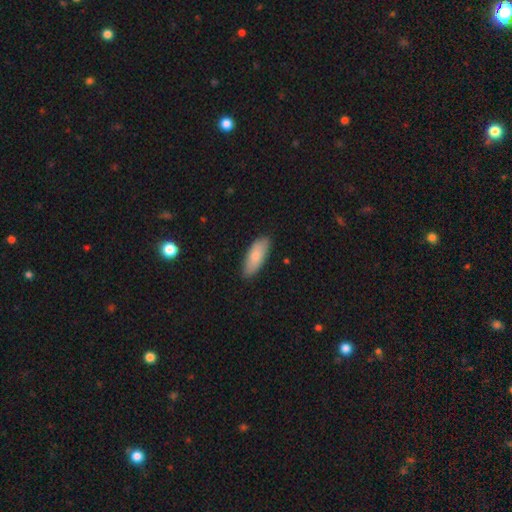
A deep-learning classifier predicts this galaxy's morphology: smooth 79%, featured or disk 15%, star or artifact 5%. Down the decision tree: how rounded — in between (77%); merging — none (86%).